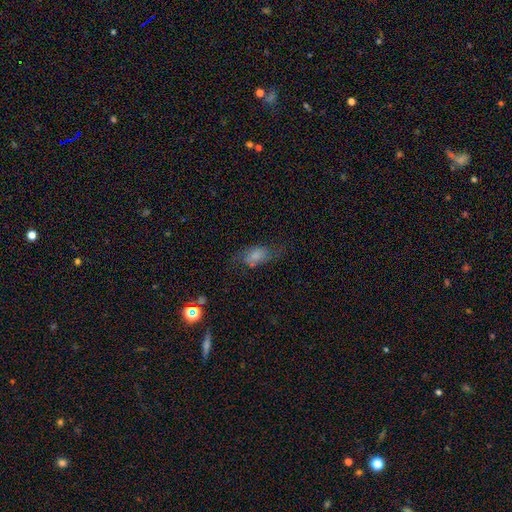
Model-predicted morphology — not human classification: Smooth or featured?
  - smooth: 59% *
  - featured or disk: 28%
  - star or artifact: 12%
How rounded?
  - in between: 86% *
  - round: 8%
  - cigar-shaped: 6%
Merging?
  - none: 48% *
  - minor disturbance: 27%
  - major disturbance: 22%
  - merger: 3%